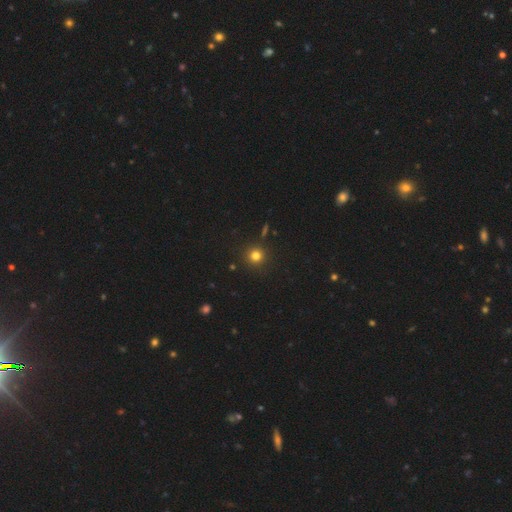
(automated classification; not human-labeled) Smooth or featured?
  - smooth: 79% *
  - star or artifact: 16%
  - featured or disk: 5%
How rounded?
  - round: 94% *
  - in between: 5%
  - cigar-shaped: 1%
Merging?
  - none: 90% *
  - minor disturbance: 6%
  - merger: 2%
  - major disturbance: 2%